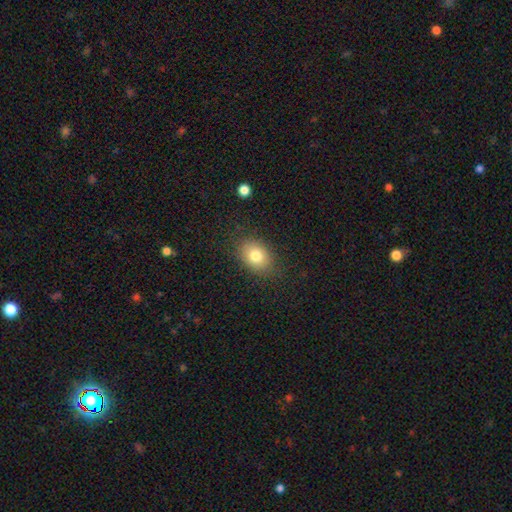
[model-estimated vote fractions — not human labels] smooth-or-featured: smooth: 79% | featured or disk: 11% | star or artifact: 10%
  how-rounded: in between: 71% | round: 28% | cigar-shaped: 1%
  merging: none: 83% | minor disturbance: 12% | major disturbance: 4% | merger: 1%